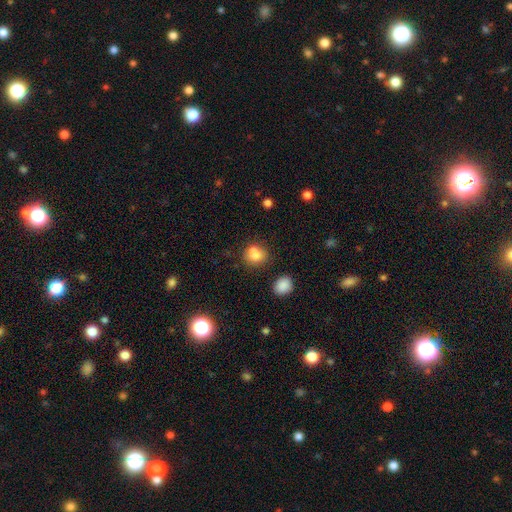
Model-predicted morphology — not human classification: This appears to be a smooth galaxy with no disk features (74%) that is round (73%). Merging: none (47%).